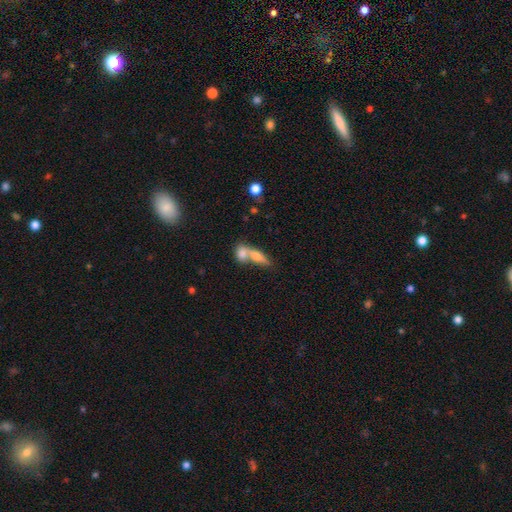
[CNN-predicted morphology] smooth-or-featured: smooth: 68% | featured or disk: 24% | star or artifact: 9%
  how-rounded: in between: 56% | cigar-shaped: 32% | round: 12%
  merging: merger: 62% | none: 27% | minor disturbance: 7% | major disturbance: 4%